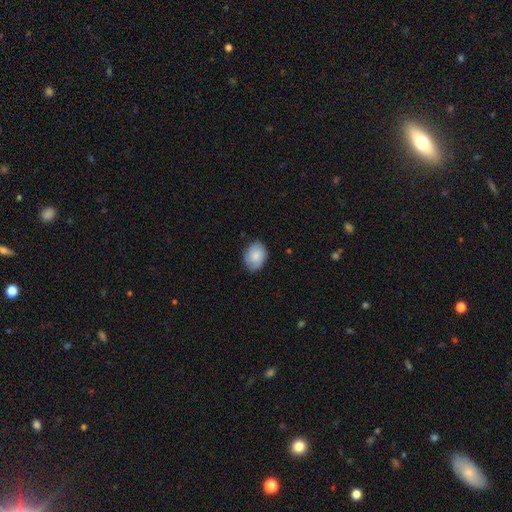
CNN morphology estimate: A smooth galaxy with no disk features (81%) that is in between round and cigar-shaped (69%). Merging: none (80%).